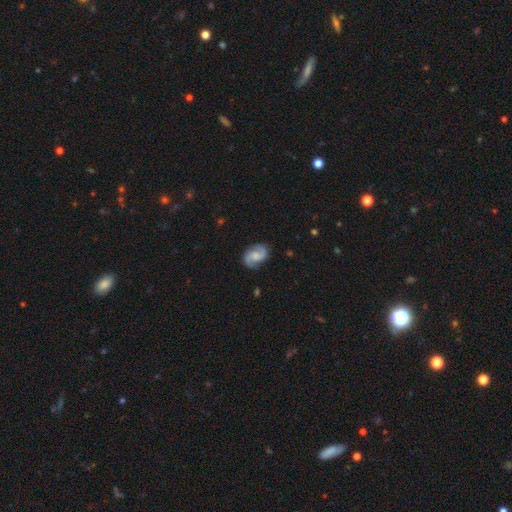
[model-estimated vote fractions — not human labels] Morphology: type=featured or disk (82%); edge-on=no (98%); bar=no (52%); spiral arms=yes (97%); winding=medium (50%); arm count=2 (93%); bulge=none (32%); merging=none (84%).